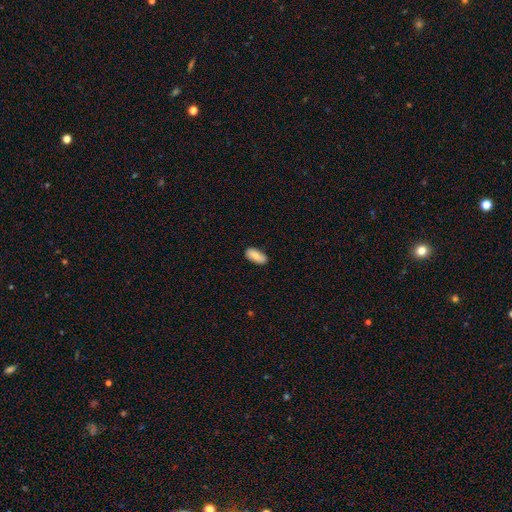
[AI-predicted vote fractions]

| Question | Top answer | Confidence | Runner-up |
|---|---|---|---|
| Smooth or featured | smooth | 81% | featured or disk (13%) |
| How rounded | in between | 86% | cigar-shaped (11%) |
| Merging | none | 83% | minor disturbance (13%) |